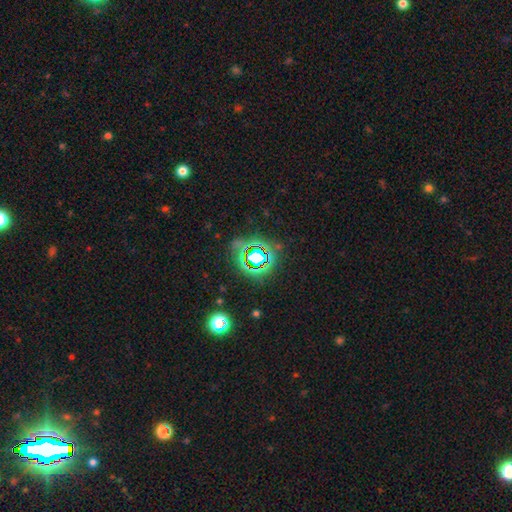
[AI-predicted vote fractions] Smooth or featured? Predicted: star or artifact (p=0.74).